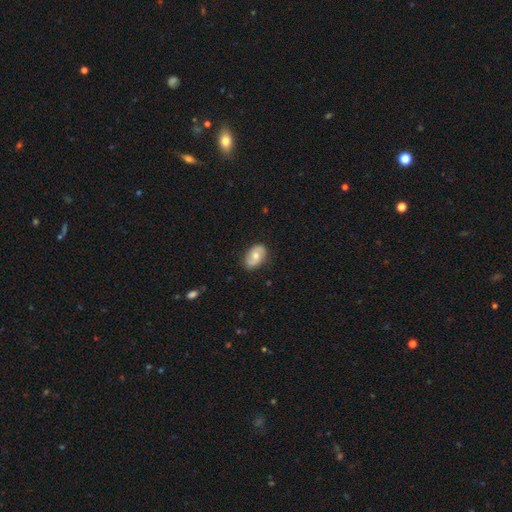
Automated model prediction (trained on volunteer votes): smooth-or-featured: smooth: 52% | featured or disk: 41% | star or artifact: 7%
  how-rounded: in between: 87% | round: 11% | cigar-shaped: 2%
  merging: none: 81% | minor disturbance: 15% | major disturbance: 3% | merger: 1%